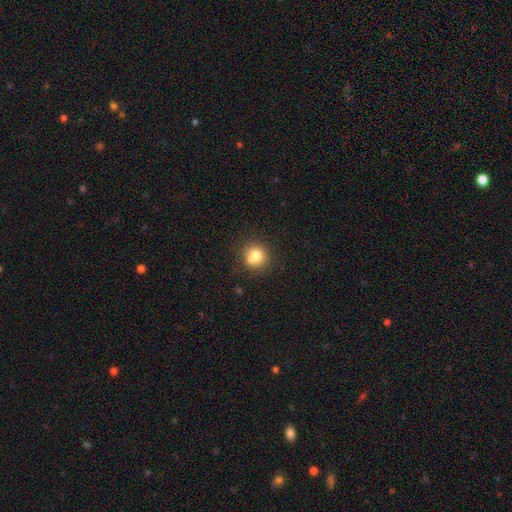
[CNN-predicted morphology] This is likely a smooth galaxy (78%). How rounded: clearly round (86%). Merging: likely none (69%).